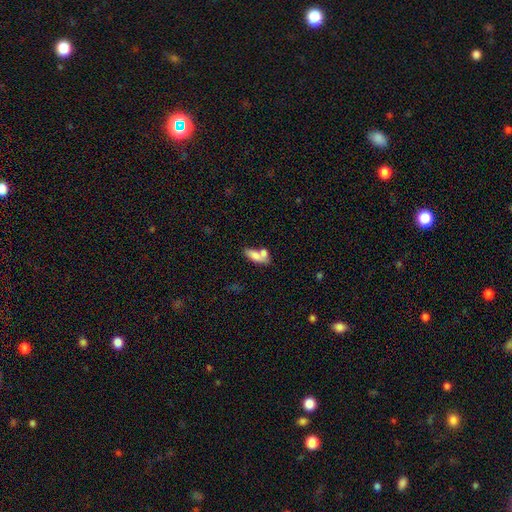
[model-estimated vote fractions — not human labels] A smooth galaxy with no disk features (75%) that is in between round and cigar-shaped (74%). Merging: merger (44%).